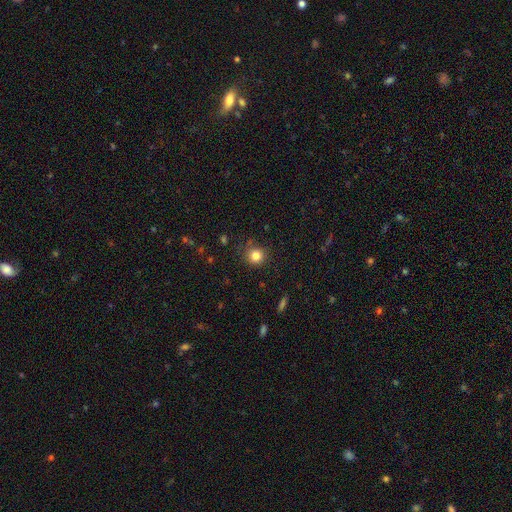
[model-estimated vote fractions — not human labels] Morphology: type=smooth (82%); roundness=round (91%); merging=none (82%).